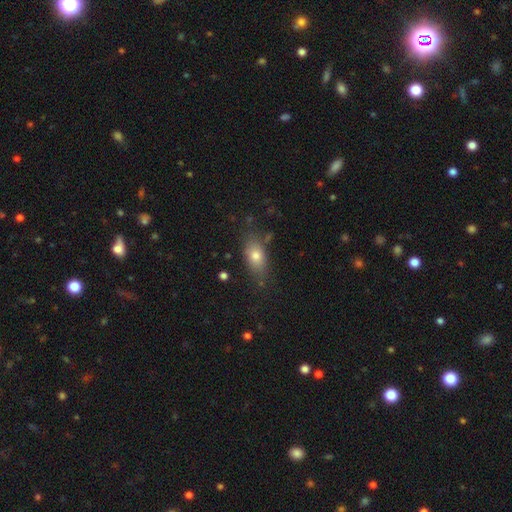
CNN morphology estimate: Smooth or featured? Predicted: smooth (p=0.74). How rounded? Predicted: in between (p=0.79). Merging? Predicted: none (p=0.75).